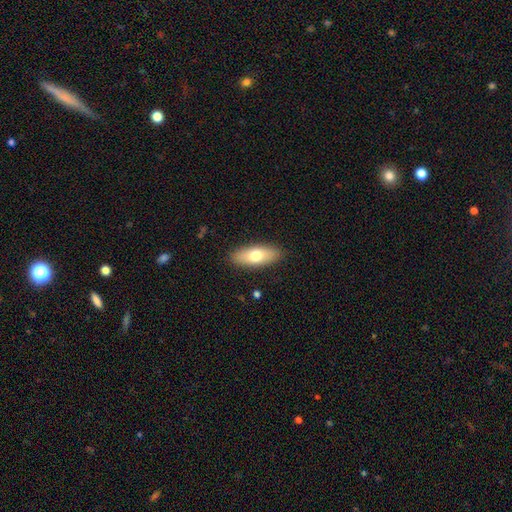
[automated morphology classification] Smooth or featured? Predicted: smooth (p=0.71). How rounded? Predicted: in between (p=0.74). Merging? Predicted: none (p=0.88).